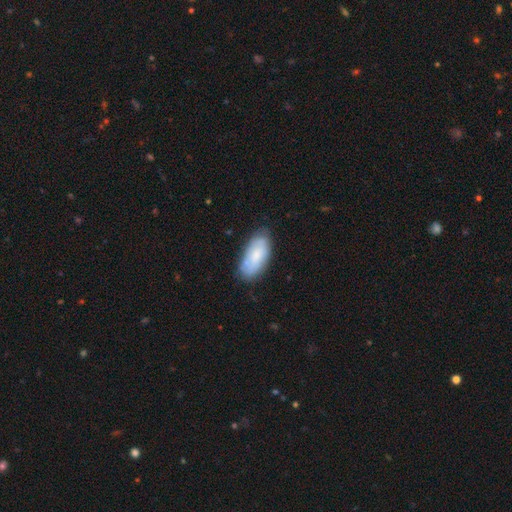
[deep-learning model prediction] A smooth galaxy with no disk features (69%) that is in between round and cigar-shaped (90%). Merging: none (74%).